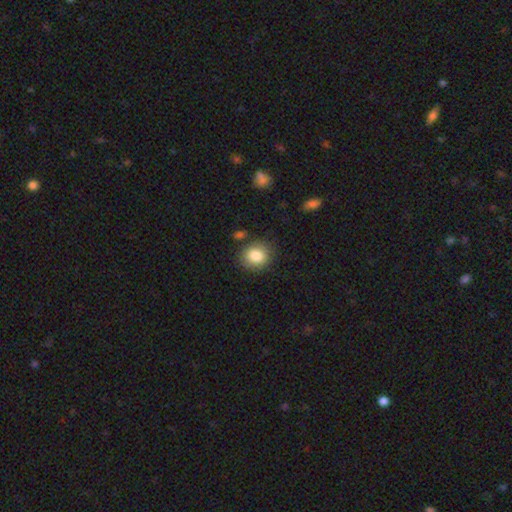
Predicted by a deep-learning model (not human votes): Smooth or featured: smooth — 84% (star or artifact — 9%)
How rounded: round — 68% (in between — 31%)
Merging: none — 81% (minor disturbance — 12%)